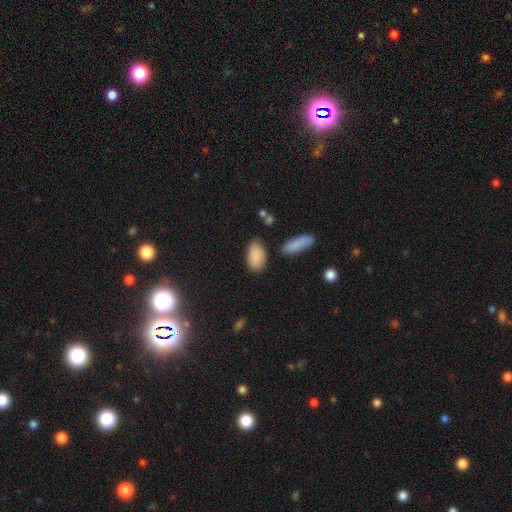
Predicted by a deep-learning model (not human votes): Q: Smooth or featured?
A: smooth (87%); runner-up: star or artifact (7%)
Q: How rounded?
A: in between (93%); runner-up: round (4%)
Q: Merging?
A: none (70%); runner-up: minor disturbance (19%)